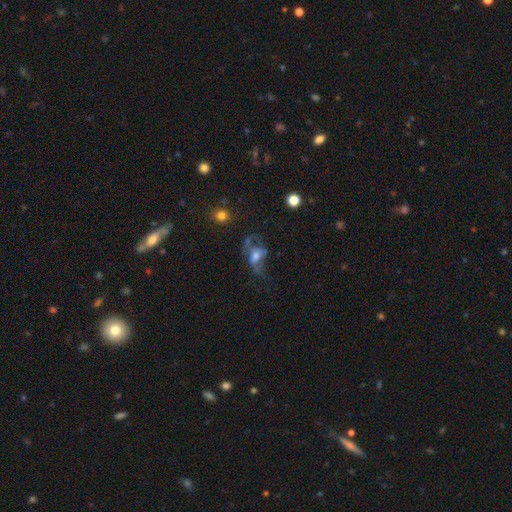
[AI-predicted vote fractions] Q: Smooth or featured?
A: featured or disk (52%); runner-up: smooth (36%)
Q: Edge-on disk?
A: no (94%); runner-up: yes (6%)
Q: Merging?
A: major disturbance (50%); runner-up: none (26%)